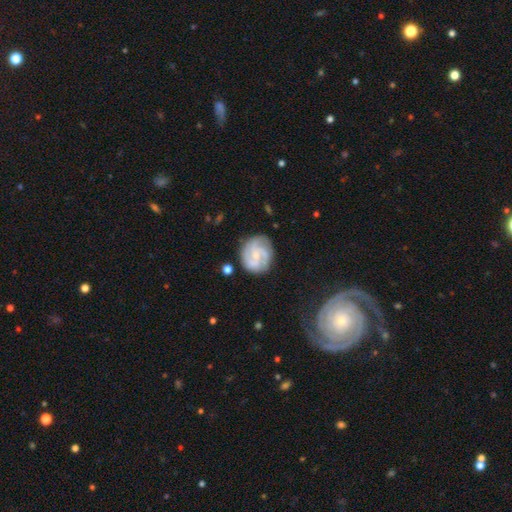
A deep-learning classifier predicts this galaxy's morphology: This is clearly a featured or disk galaxy (81%). It is clearly not viewed edge-on (98%). Bar: possibly no (52%). Spiral arm pattern: clearly yes (96%). Spiral arm count: possibly 3 (49%). Spiral winding: possibly medium (46%). Central bulge: likely small (67%). Merging: likely none (77%).